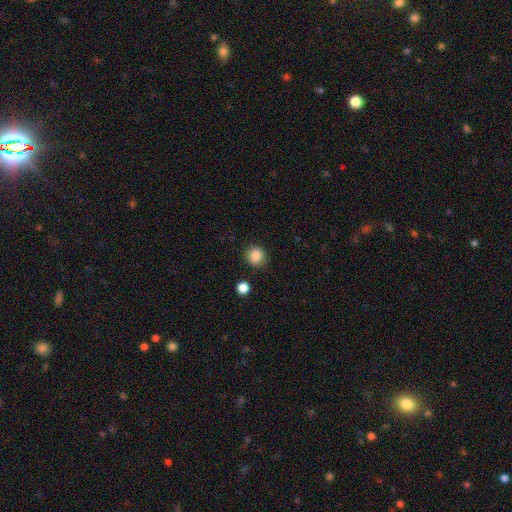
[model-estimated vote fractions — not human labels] The model was most divided on "smooth or featured": smooth: 87%, star or artifact: 10%, featured or disk: 3%. More confident: how rounded — round (89%); merging — none (87%).